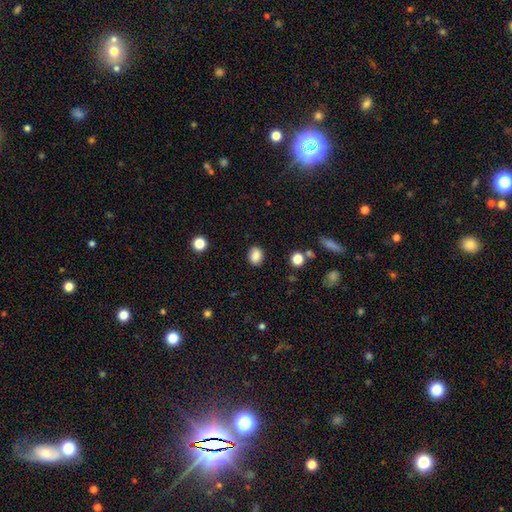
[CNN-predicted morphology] Smooth or featured: smooth — 84% (star or artifact — 10%)
How rounded: in between — 53% (round — 46%)
Merging: none — 87% (minor disturbance — 9%)